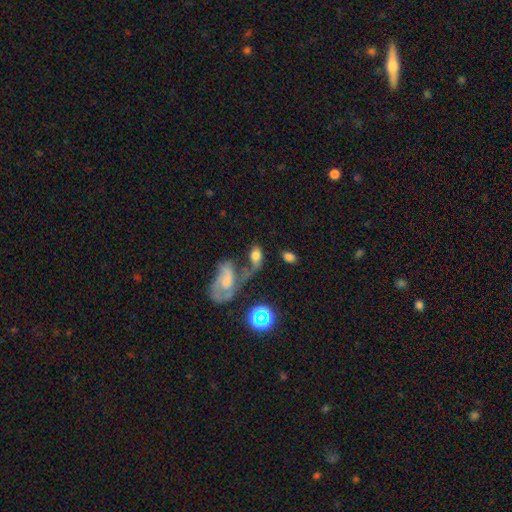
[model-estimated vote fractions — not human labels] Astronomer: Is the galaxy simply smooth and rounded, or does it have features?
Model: smooth — 59%.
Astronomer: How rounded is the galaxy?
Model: in between — 83%.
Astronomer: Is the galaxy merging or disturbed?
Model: merger — 40% (runner-up: none, 28%).